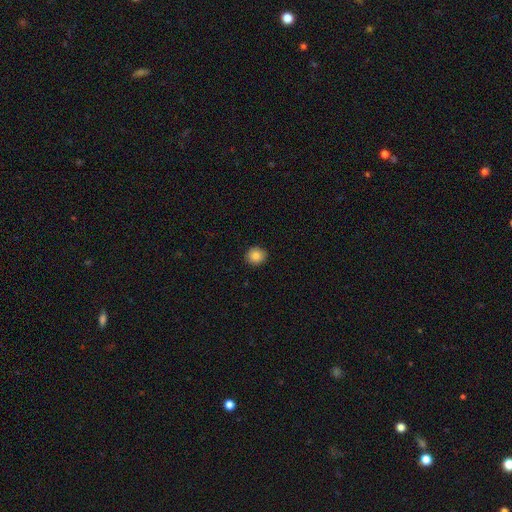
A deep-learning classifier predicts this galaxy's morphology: smooth-or-featured: smooth: 84% | star or artifact: 9% | featured or disk: 7%
  how-rounded: round: 90% | in between: 9% | cigar-shaped: 1%
  merging: none: 92% | minor disturbance: 6% | major disturbance: 1% | merger: 1%